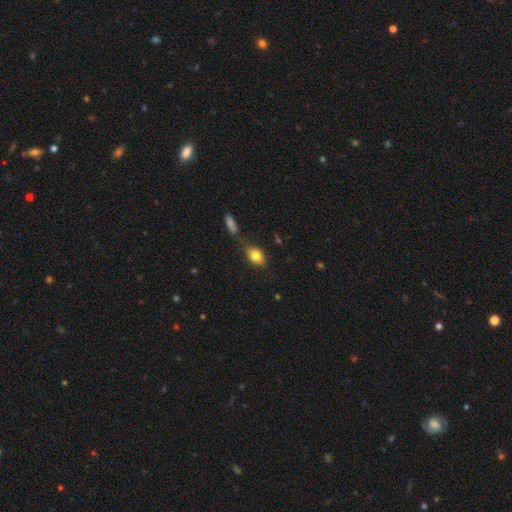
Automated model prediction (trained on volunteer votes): smooth 78%, featured or disk 13%, star or artifact 9%. Down the decision tree: how rounded — in between (71%); merging — none (59%).